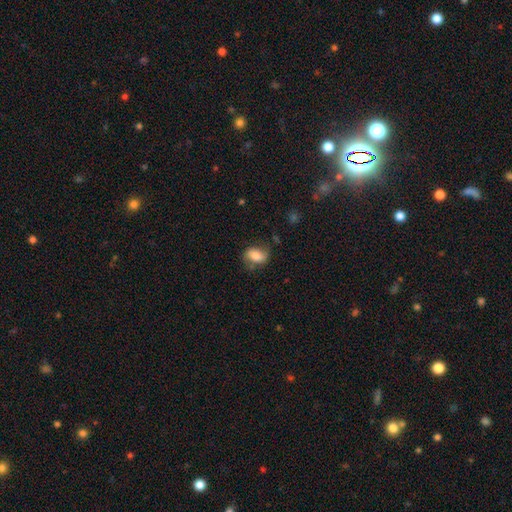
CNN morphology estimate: smooth 71%, featured or disk 21%, star or artifact 8%. Down the decision tree: how rounded — in between (80%); merging — none (63%).